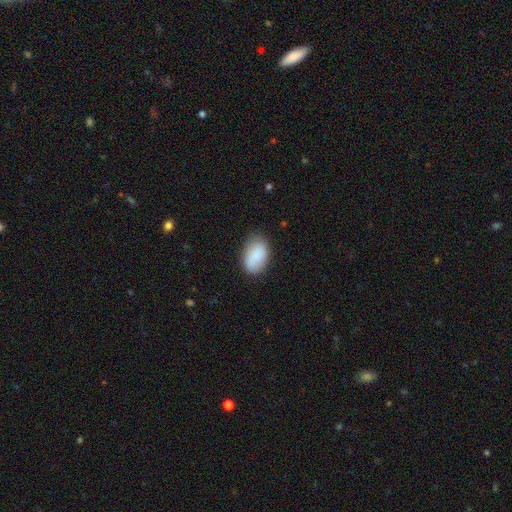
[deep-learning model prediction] Smooth or featured? smooth (86%)
How rounded? in between (92%)
Merging? none (77%)